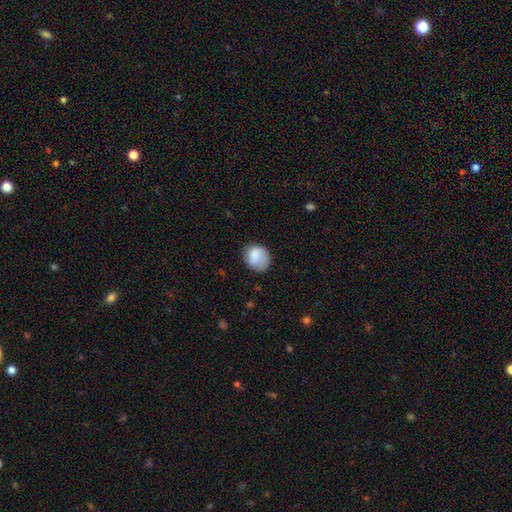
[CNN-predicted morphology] Smooth or featured? Predicted: smooth (p=0.80). How rounded? Predicted: round (p=0.64). Merging? Predicted: none (p=0.59).